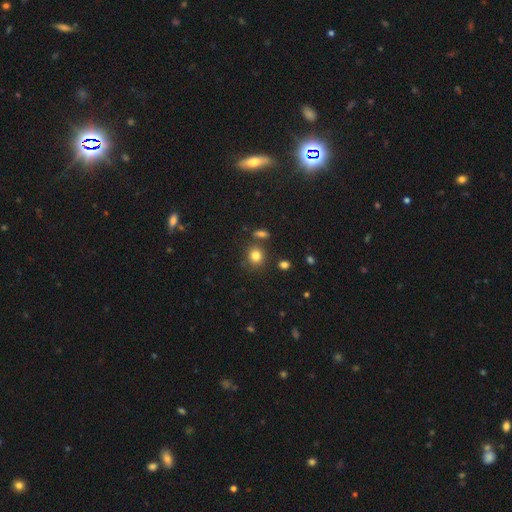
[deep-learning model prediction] This is clearly a smooth galaxy (81%). How rounded: likely round (78%). Merging: likely none (75%).